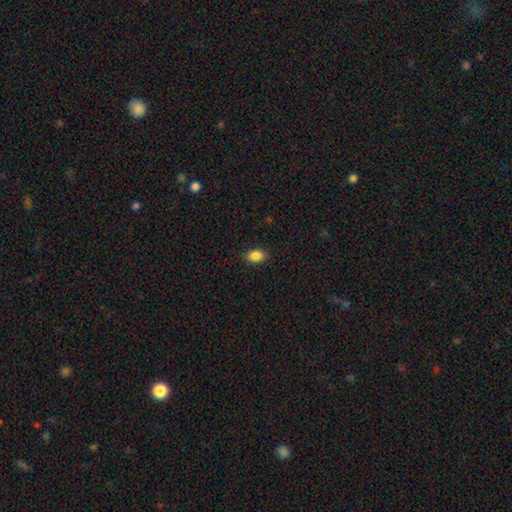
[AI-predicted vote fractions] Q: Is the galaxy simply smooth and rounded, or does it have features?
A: smooth — 88%.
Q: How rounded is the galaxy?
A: in between — 83%.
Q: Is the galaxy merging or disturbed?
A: none — 89%.